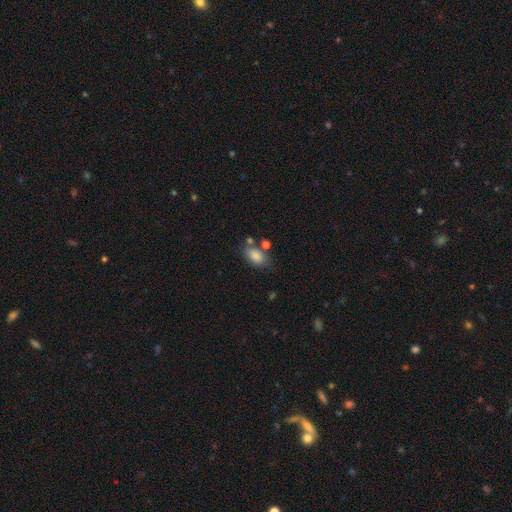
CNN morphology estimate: Overall: smooth (84%). How rounded: in between (90%). Merging: none (63%).